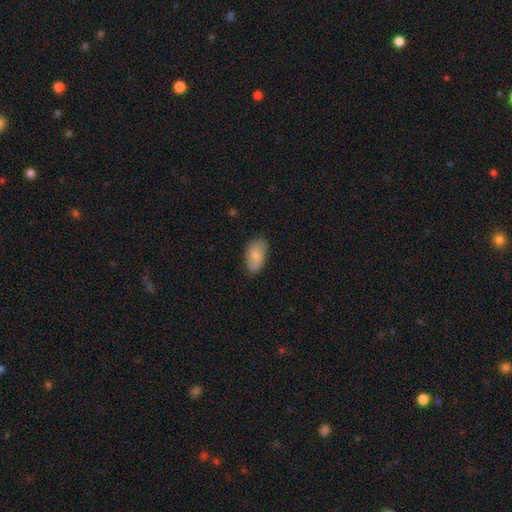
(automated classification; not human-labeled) A smooth galaxy with no disk features (77%) that is in between round and cigar-shaped (94%).

Vote fractions:
- Smooth or featured? smooth: 77% / featured or disk: 17% / star or artifact: 6%
- How rounded? in between: 94% / round: 4% / cigar-shaped: 2%
- Merging? none: 79% / minor disturbance: 17% / major disturbance: 3% / merger: 1%